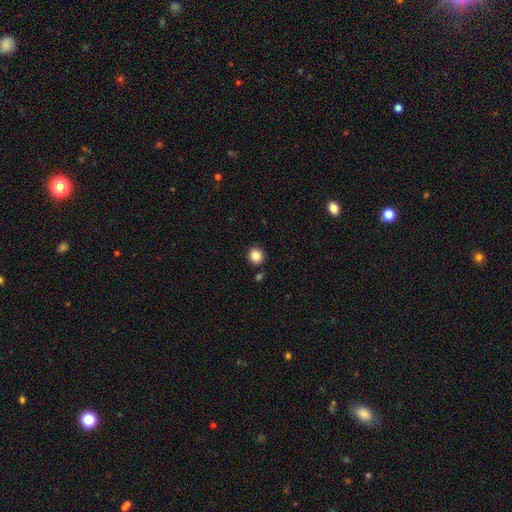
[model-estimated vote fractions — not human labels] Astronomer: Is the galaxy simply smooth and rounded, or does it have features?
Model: smooth — 86%.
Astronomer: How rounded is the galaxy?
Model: round — 85%.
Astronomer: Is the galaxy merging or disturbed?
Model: none — 89%.